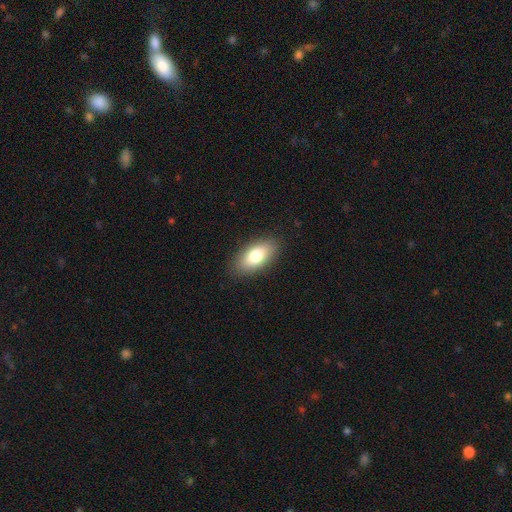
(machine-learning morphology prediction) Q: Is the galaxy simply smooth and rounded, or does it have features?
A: smooth — 79%.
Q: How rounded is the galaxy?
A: in between — 90%.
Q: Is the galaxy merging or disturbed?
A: none — 87%.